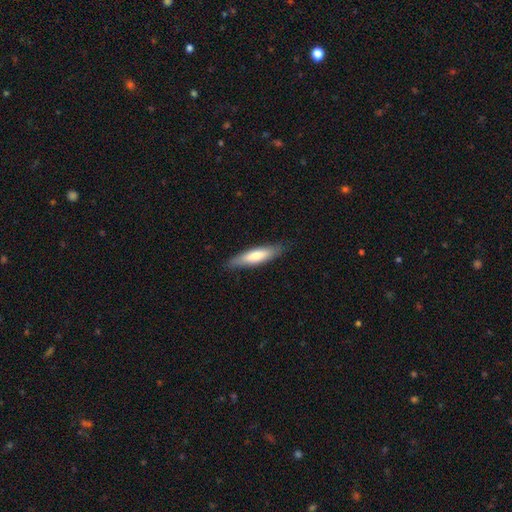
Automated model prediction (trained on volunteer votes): Overall: smooth (70%). How rounded: cigar-shaped (70%). Merging: none (85%).